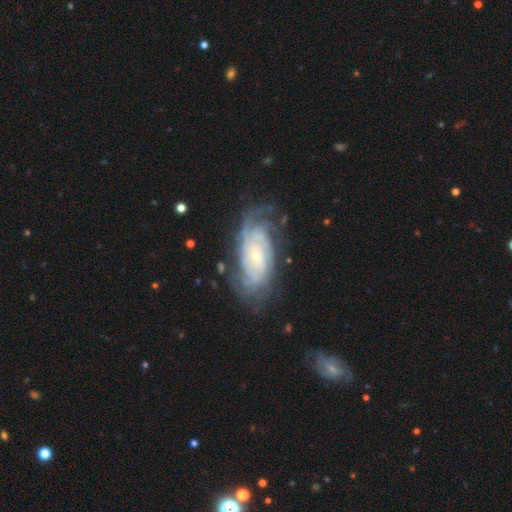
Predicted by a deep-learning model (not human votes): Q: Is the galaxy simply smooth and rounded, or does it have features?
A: featured or disk — 83%.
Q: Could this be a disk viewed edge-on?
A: no — 94%.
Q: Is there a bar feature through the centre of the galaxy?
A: no — 69%.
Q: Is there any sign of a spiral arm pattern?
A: yes — 94%.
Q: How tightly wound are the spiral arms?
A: tight — 71%.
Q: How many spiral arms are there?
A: can't tell — 44%.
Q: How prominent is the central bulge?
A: small — 76%.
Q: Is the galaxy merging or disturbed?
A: none — 68%.